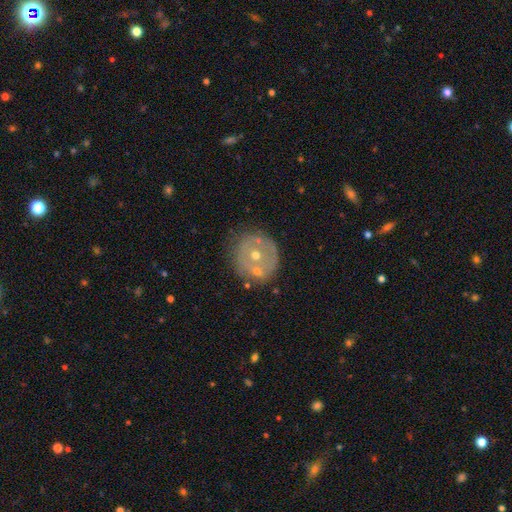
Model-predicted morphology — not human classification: type=featured or disk (55%); edge-on=no (96%); bar=no (87%); spiral arms=no (79%); bulge=moderate (51%); merging=none (69%).